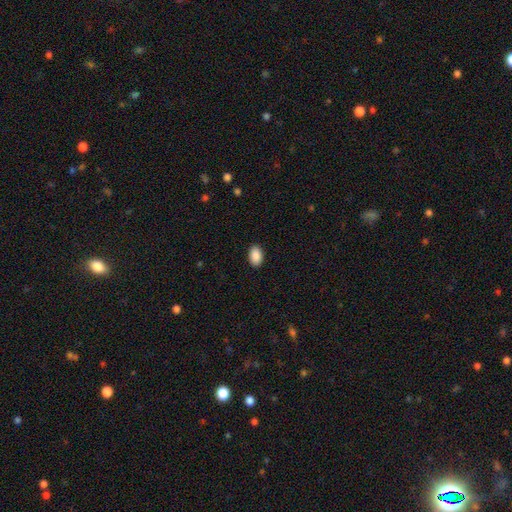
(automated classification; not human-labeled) A smooth galaxy with no disk features (90%) that is in between round and cigar-shaped (90%).

Vote fractions:
- Smooth or featured? smooth: 90% / star or artifact: 7% / featured or disk: 3%
- How rounded? in between: 90% / round: 8% / cigar-shaped: 1%
- Merging? none: 90% / minor disturbance: 7% / major disturbance: 2% / merger: 1%